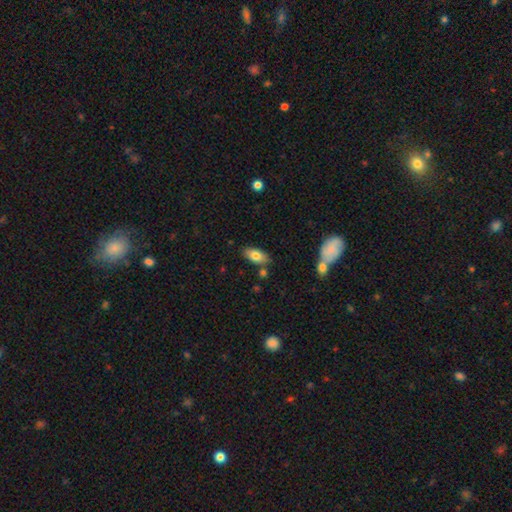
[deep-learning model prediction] This appears to be a smooth galaxy with no disk features (78%) that is in between round and cigar-shaped (90%). Merging: none (78%).